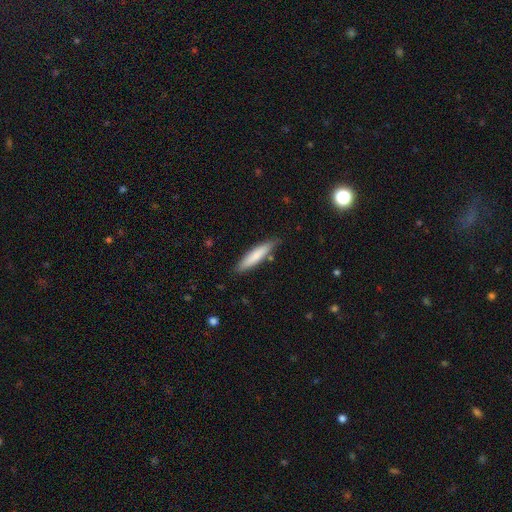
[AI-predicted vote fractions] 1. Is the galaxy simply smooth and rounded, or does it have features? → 77% smooth, 17% featured or disk, 5% star or artifact.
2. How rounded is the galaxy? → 84% cigar-shaped, 15% in between, 1% round.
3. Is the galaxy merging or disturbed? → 82% none, 13% minor disturbance, 3% merger, 2% major disturbance.